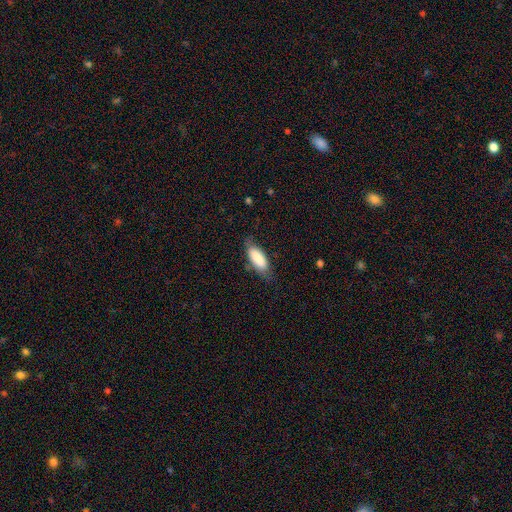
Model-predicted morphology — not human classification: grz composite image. It shows a smooth galaxy with no disk features (83%) that is in between round and cigar-shaped (75%). Merging: none (69%).